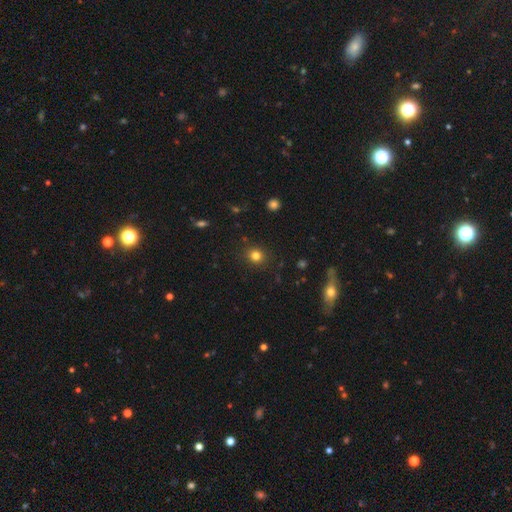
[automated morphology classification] A smooth galaxy with no disk features (82%) that is round (83%).

Vote fractions:
- Smooth or featured? smooth: 82% / star or artifact: 13% / featured or disk: 6%
- How rounded? round: 83% / in between: 16% / cigar-shaped: 1%
- Merging? none: 89% / minor disturbance: 7% / major disturbance: 2% / merger: 1%